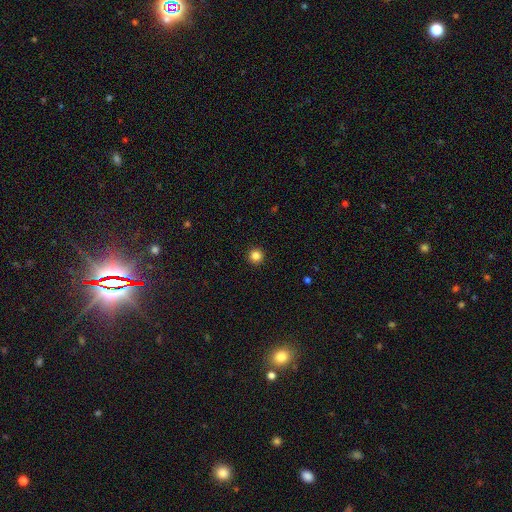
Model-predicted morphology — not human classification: smooth 85%, star or artifact 12%, featured or disk 4%. Down the decision tree: how rounded — round (96%); merging — none (94%).